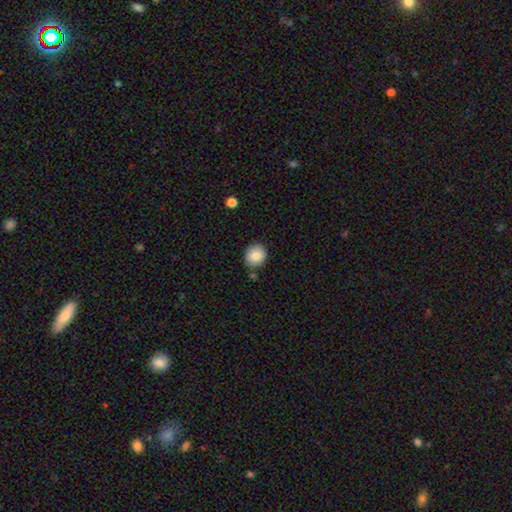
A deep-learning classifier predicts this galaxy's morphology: smooth-or-featured: smooth: 84% | star or artifact: 8% | featured or disk: 7%
  how-rounded: round: 83% | in between: 16% | cigar-shaped: 1%
  merging: none: 81% | minor disturbance: 12% | merger: 5% | major disturbance: 2%